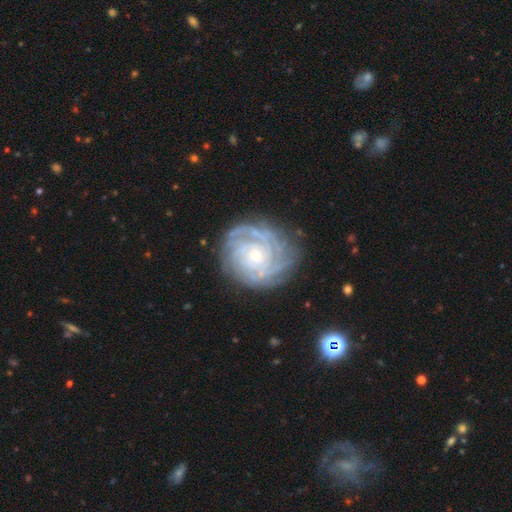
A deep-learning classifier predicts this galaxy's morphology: This appears to be a featured or disk galaxy (85%) with no bar (81%), tight (78%) spiral arms (95%) and a small central bulge (79%). Merging: none (76%).